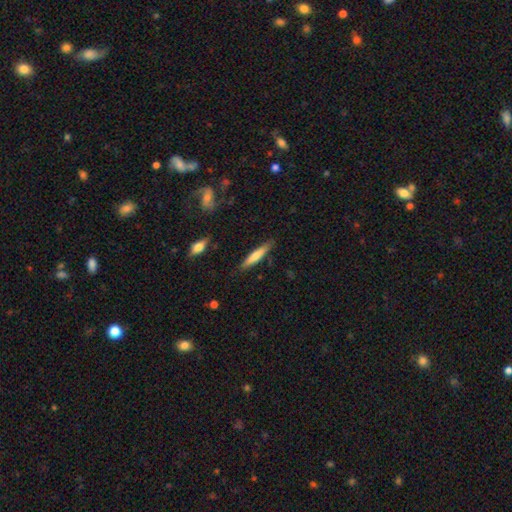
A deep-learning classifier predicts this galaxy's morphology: This is likely a smooth galaxy (68%). How rounded: clearly cigar-shaped (88%). Merging: clearly none (86%).